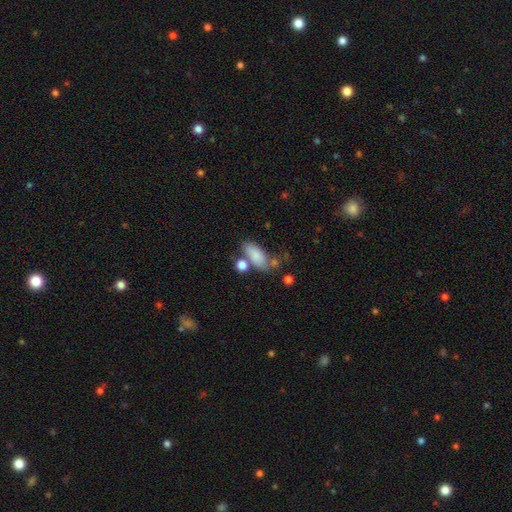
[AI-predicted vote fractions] Morphology: type=smooth (80%); roundness=in between (85%); merging=none (49%).